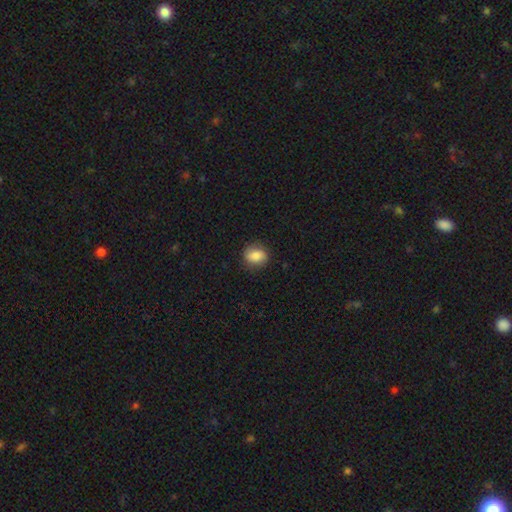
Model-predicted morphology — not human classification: The model was most divided on "how rounded": round: 50%, in between: 49%, cigar-shaped: 1%. More confident: merging — none (83%); smooth or featured — smooth (83%).